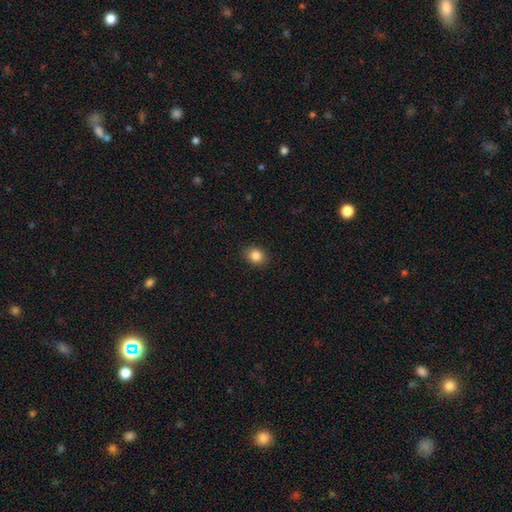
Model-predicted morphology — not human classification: type=smooth (85%); roundness=round (56%); merging=none (90%).